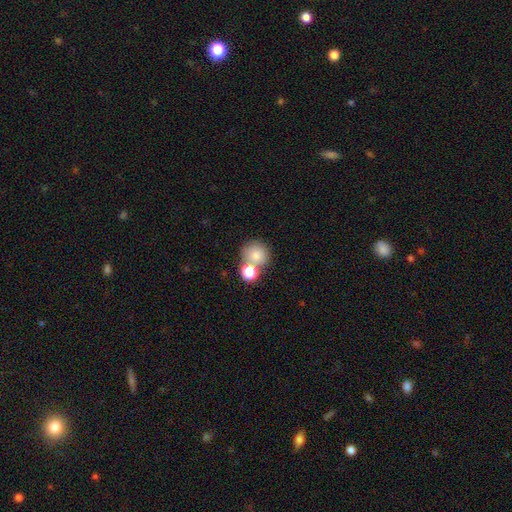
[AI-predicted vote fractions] Q: Smooth or featured?
A: smooth (77%); runner-up: star or artifact (12%)
Q: How rounded?
A: round (87%); runner-up: in between (12%)
Q: Merging?
A: none (54%); runner-up: merger (33%)